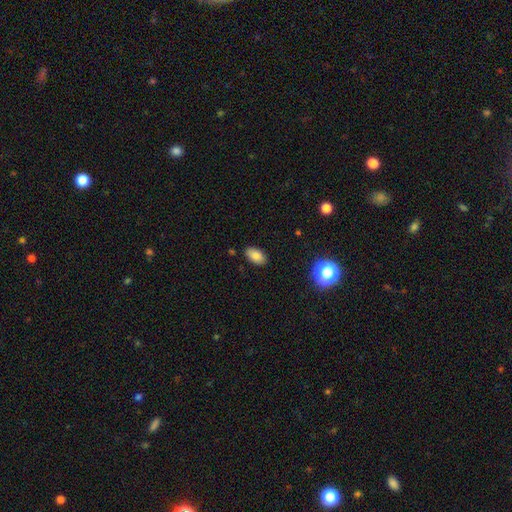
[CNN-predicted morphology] A smooth galaxy with no disk features (82%) that is in between round and cigar-shaped (92%). Merging: none (86%).